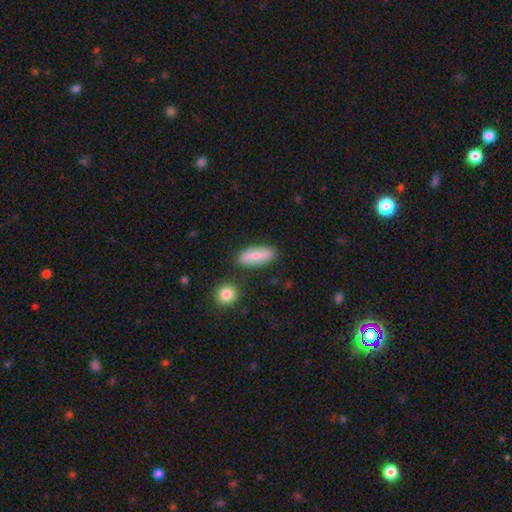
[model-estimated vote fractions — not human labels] smooth-or-featured: smooth: 73% | featured or disk: 21% | star or artifact: 6%
  how-rounded: in between: 74% | cigar-shaped: 23% | round: 3%
  merging: none: 80% | minor disturbance: 12% | merger: 5% | major disturbance: 3%